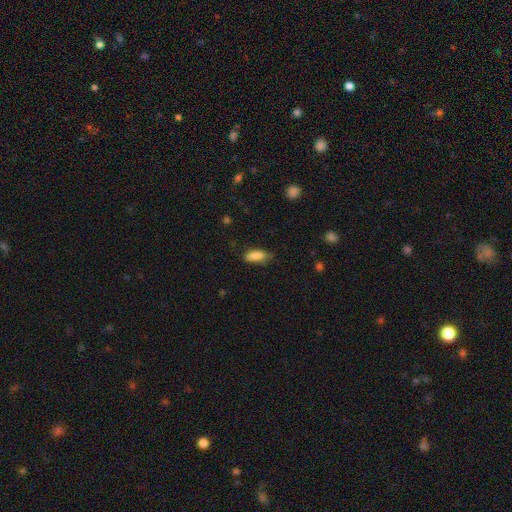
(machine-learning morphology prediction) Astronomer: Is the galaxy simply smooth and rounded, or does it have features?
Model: smooth — 86%.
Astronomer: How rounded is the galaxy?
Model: in between — 71%.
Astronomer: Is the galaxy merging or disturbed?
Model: none — 67%.